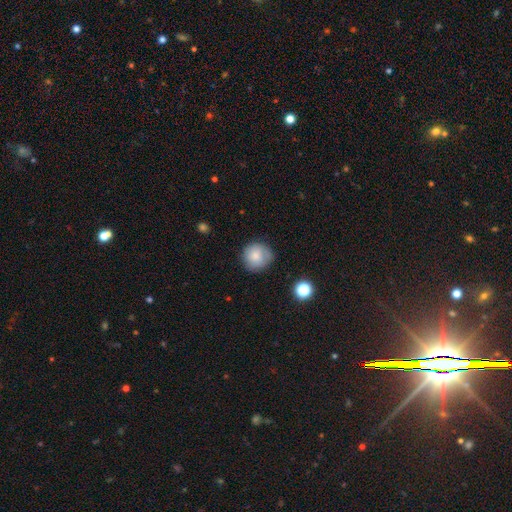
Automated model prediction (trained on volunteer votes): Smooth or featured?
  - smooth: 80% *
  - featured or disk: 11%
  - star or artifact: 9%
How rounded?
  - round: 91% *
  - in between: 8%
  - cigar-shaped: 1%
Merging?
  - none: 77% *
  - minor disturbance: 17%
  - major disturbance: 4%
  - merger: 2%